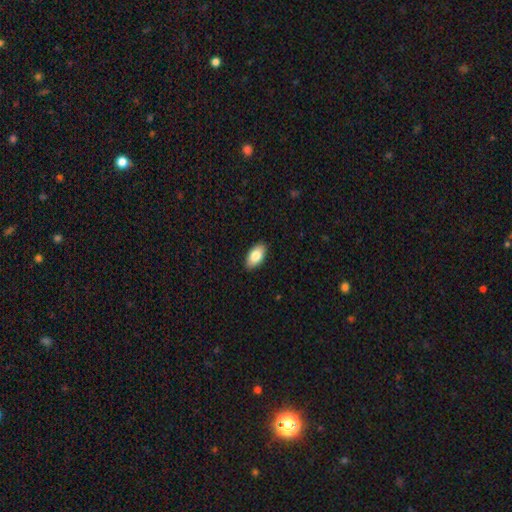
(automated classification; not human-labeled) Overall: smooth (82%). How rounded: in between (94%). Merging: none (90%).